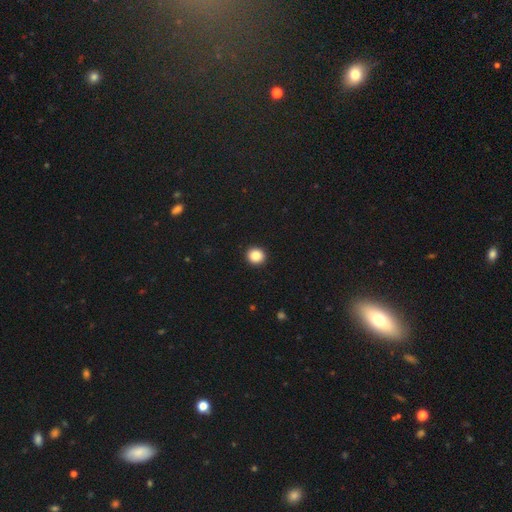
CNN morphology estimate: A smooth galaxy with no disk features (86%) that is round (90%). Merging: none (93%).